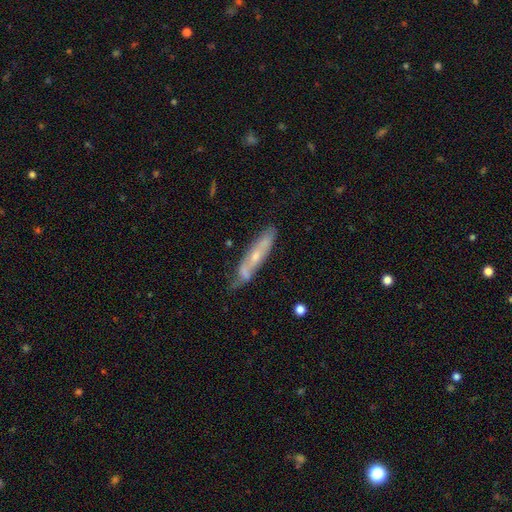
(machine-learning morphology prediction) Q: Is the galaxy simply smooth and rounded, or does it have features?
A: featured or disk — 61%.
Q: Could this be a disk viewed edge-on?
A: yes — 52%.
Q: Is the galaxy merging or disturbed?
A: none — 60%.